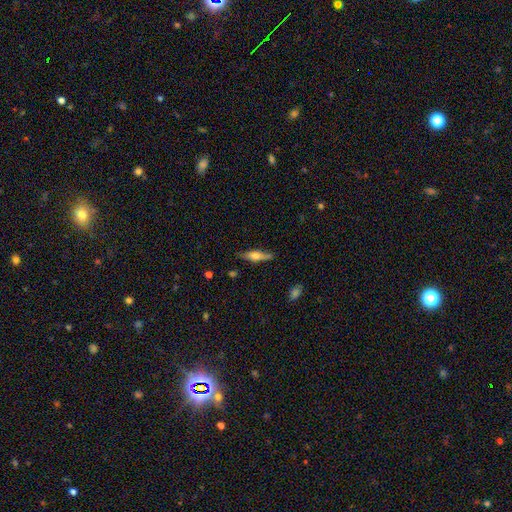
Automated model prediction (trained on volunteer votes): Smooth or featured? featured or disk (47%)
Merging? none (79%)